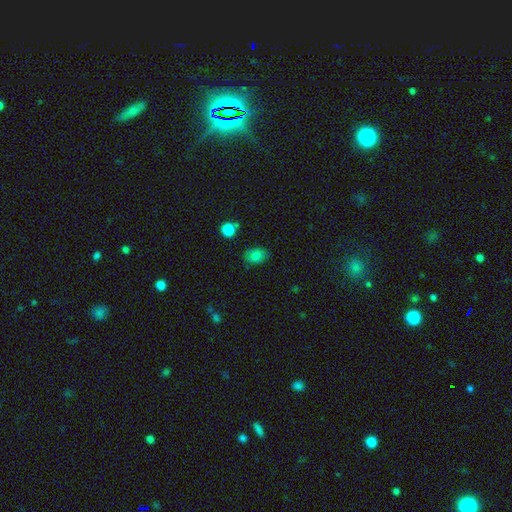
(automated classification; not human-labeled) Smooth or featured? smooth (83%)
How rounded? in between (75%)
Merging? none (80%)